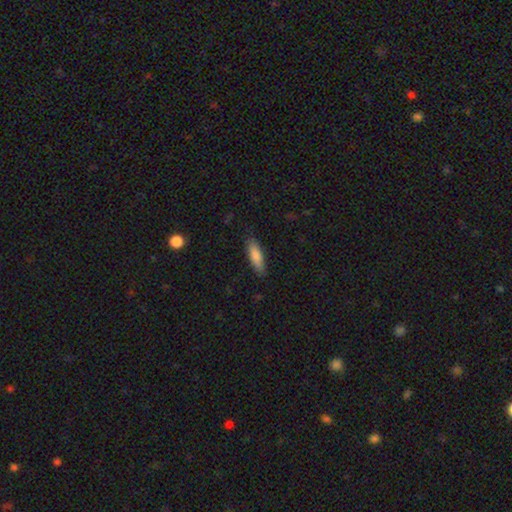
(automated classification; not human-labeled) Smooth or featured? Predicted: smooth (p=0.82). How rounded? Predicted: cigar-shaped (p=0.54). Merging? Predicted: none (p=0.84).